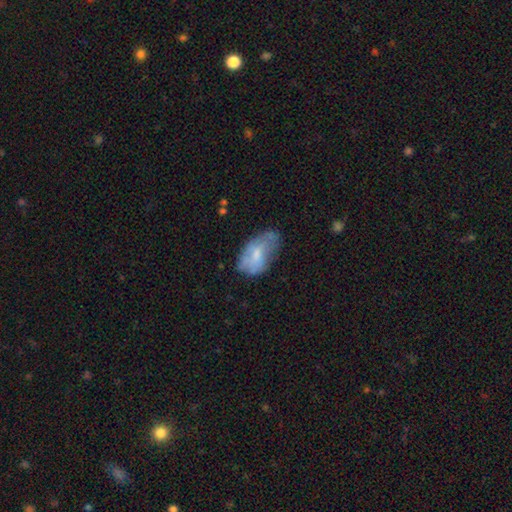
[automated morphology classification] This is possibly a smooth galaxy (60%). How rounded: clearly in between (93%). Merging: possibly none (46%).